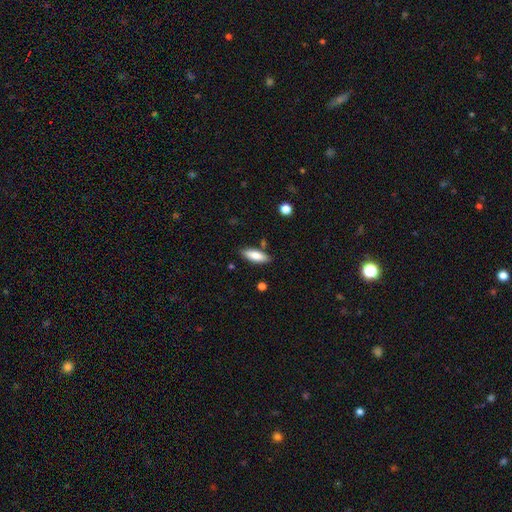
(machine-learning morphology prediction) Smooth or featured? Predicted: smooth (p=0.80). How rounded? Predicted: in between (p=0.63). Merging? Predicted: none (p=0.83).